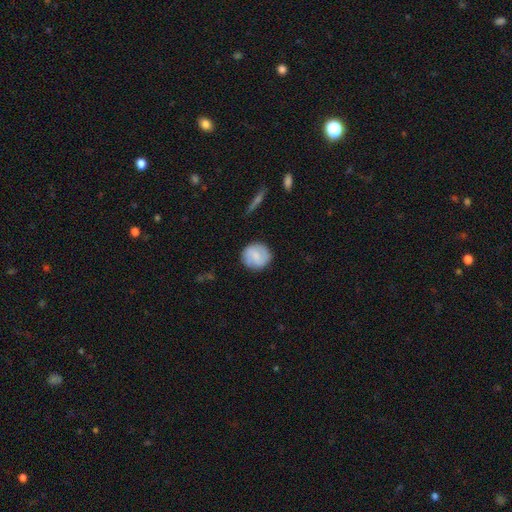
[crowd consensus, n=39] Smooth or featured: smooth — 54% (featured or disk — 41%)
How rounded: round — 95% (in between — 5%)
Merging: none — 95% (minor disturbance — 3%)